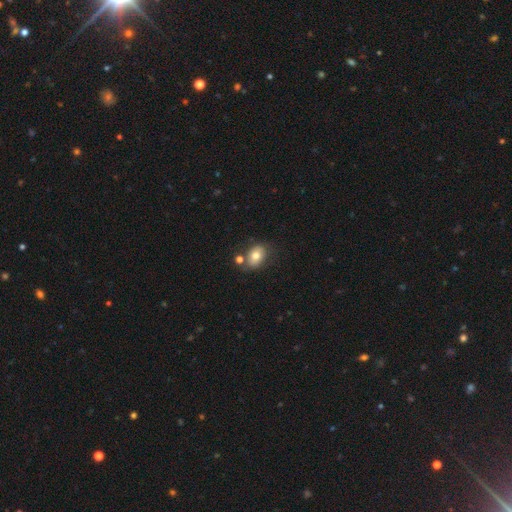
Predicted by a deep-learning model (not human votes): This appears to be a smooth galaxy with no disk features (75%) that is in between round and cigar-shaped (75%). Merging: none (64%).